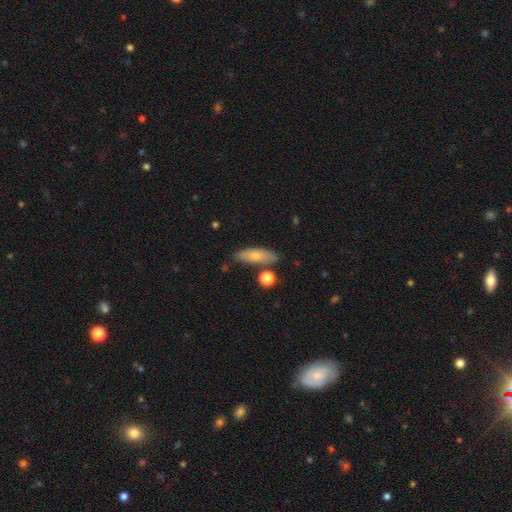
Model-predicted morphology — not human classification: Smooth or featured?
  - smooth: 72% *
  - featured or disk: 21%
  - star or artifact: 7%
How rounded?
  - in between: 57% *
  - cigar-shaped: 40%
  - round: 3%
Merging?
  - none: 75% *
  - minor disturbance: 15%
  - merger: 6%
  - major disturbance: 3%